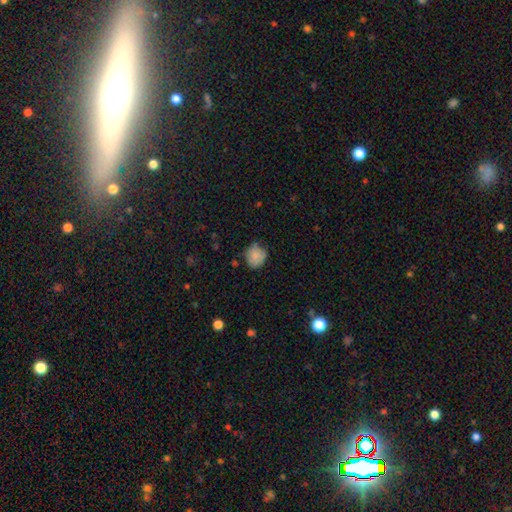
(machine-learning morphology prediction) Smooth or featured?
  - smooth: 82% *
  - featured or disk: 9%
  - star or artifact: 9%
How rounded?
  - round: 76% *
  - in between: 23%
  - cigar-shaped: 1%
Merging?
  - none: 62% *
  - minor disturbance: 29%
  - major disturbance: 6%
  - merger: 2%